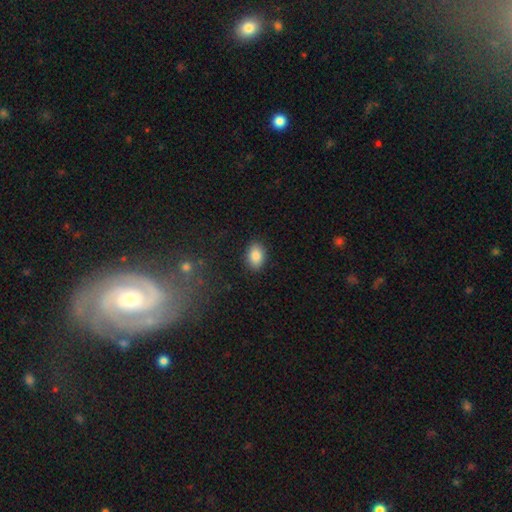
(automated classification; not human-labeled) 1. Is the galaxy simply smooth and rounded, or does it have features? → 87% smooth, 8% star or artifact, 5% featured or disk.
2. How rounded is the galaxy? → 85% in between, 14% round, 1% cigar-shaped.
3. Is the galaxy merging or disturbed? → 88% none, 9% minor disturbance, 2% major disturbance, 1% merger.